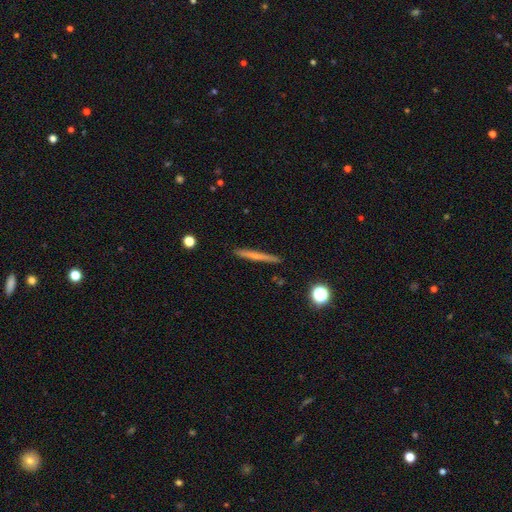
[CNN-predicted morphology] This appears to be a smooth galaxy with no disk features (49%). Merging: none (91%).